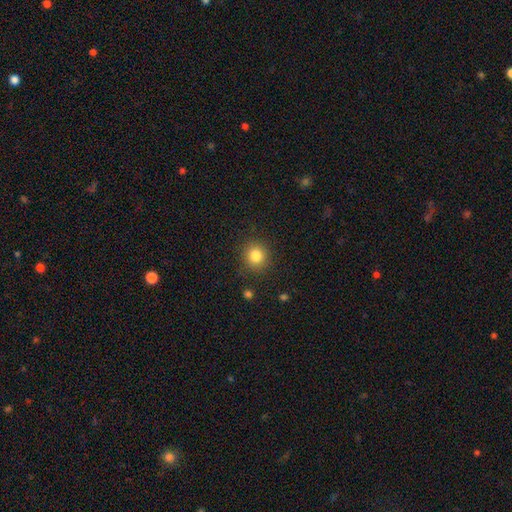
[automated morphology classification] A smooth galaxy with no disk features (83%) that is round (91%). Merging: none (88%).